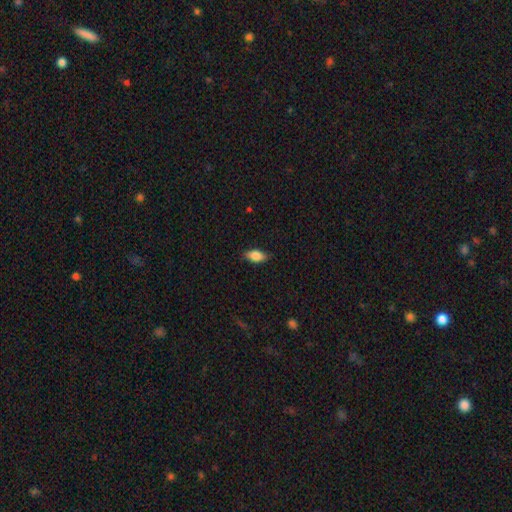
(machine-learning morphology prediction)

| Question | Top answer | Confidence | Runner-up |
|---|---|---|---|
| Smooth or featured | smooth | 84% | featured or disk (9%) |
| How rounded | in between | 87% | cigar-shaped (9%) |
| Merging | none | 83% | minor disturbance (13%) |